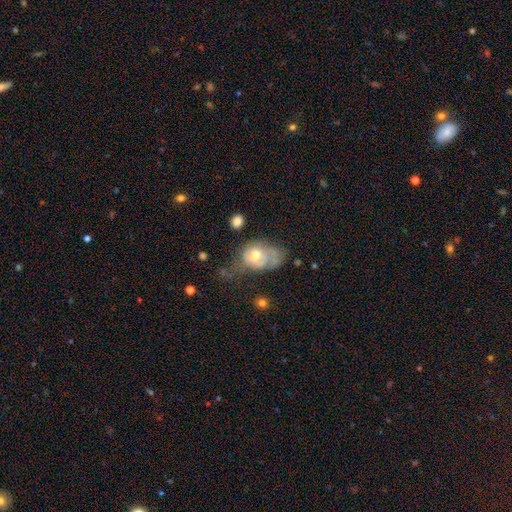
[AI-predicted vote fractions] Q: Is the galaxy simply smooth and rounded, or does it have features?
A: featured or disk — 50%.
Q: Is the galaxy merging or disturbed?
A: major disturbance — 42%.